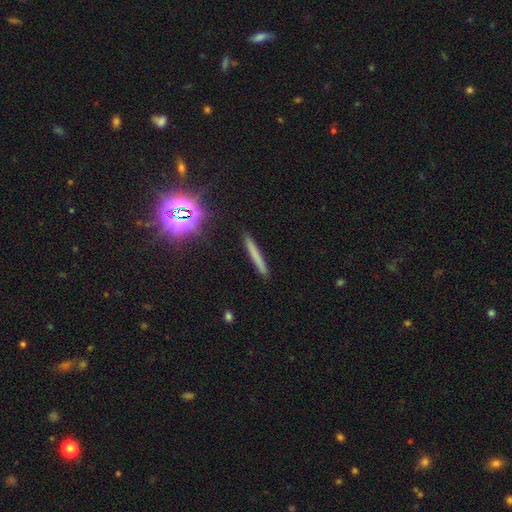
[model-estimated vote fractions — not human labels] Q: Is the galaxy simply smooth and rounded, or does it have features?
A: smooth — 62%.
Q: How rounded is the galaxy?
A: cigar-shaped — 96%.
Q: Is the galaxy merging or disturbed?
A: none — 90%.